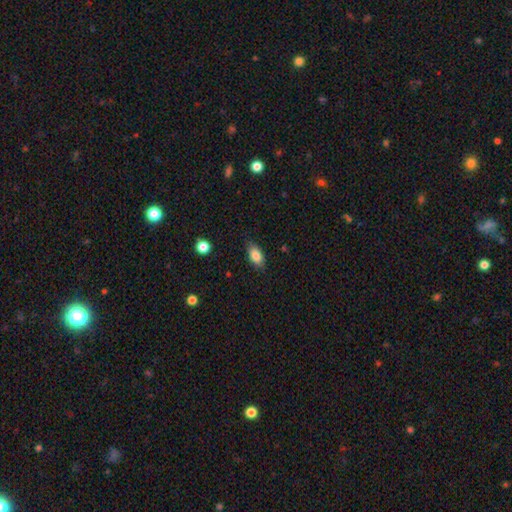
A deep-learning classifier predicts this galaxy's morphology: Smooth or featured? smooth (84%)
How rounded? in between (89%)
Merging? none (83%)